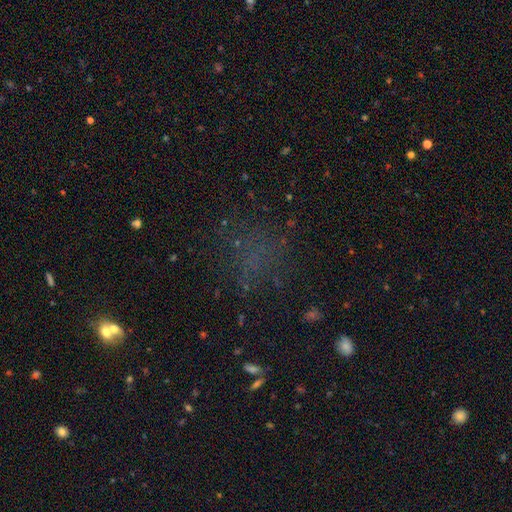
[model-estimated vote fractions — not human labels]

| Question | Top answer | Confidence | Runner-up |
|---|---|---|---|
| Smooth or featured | star or artifact | 48% | smooth (36%) |